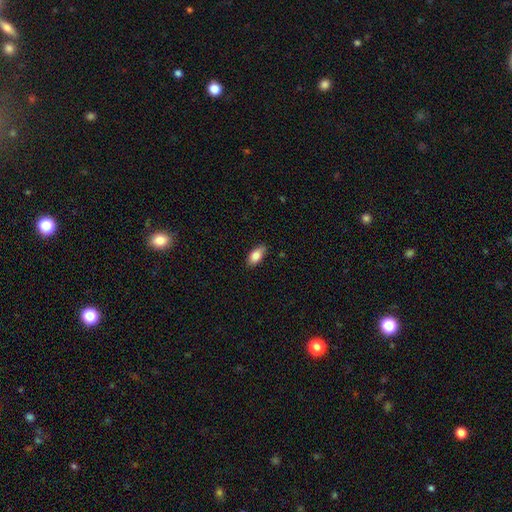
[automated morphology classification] A smooth galaxy with no disk features (84%) that is in between round and cigar-shaped (90%). Merging: none (82%).